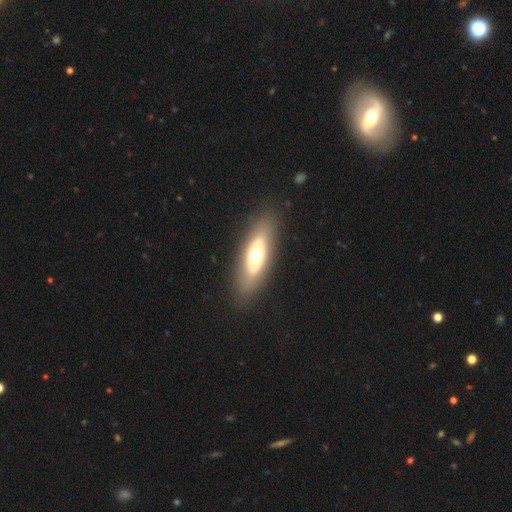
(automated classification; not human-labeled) featured or disk 49%, smooth 45%, star or artifact 6%. Down the decision tree: merging — none (84%).